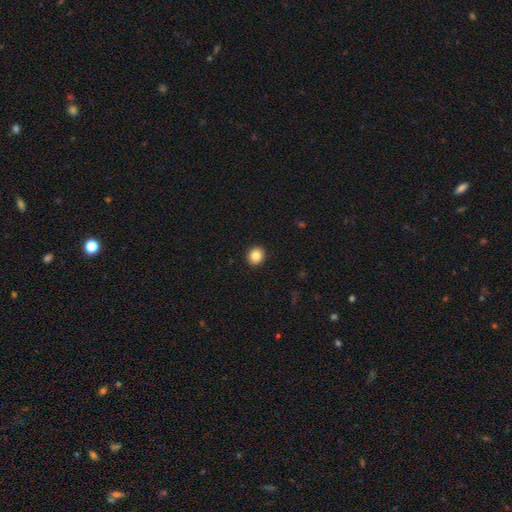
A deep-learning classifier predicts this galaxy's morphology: Smooth or featured? smooth (85%)
How rounded? round (79%)
Merging? none (92%)